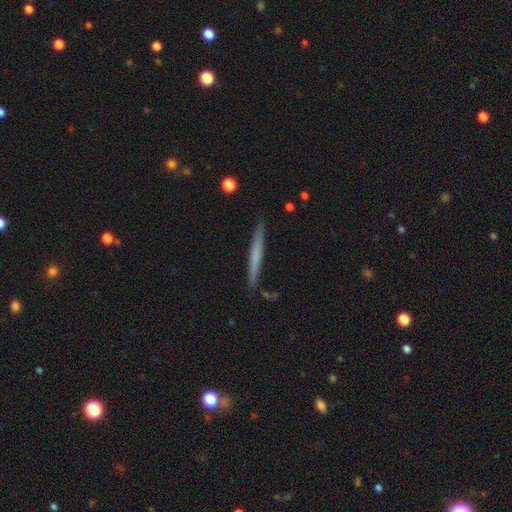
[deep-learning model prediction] This is possibly a smooth galaxy (57%). How rounded: clearly cigar-shaped (97%). Merging: clearly none (89%).